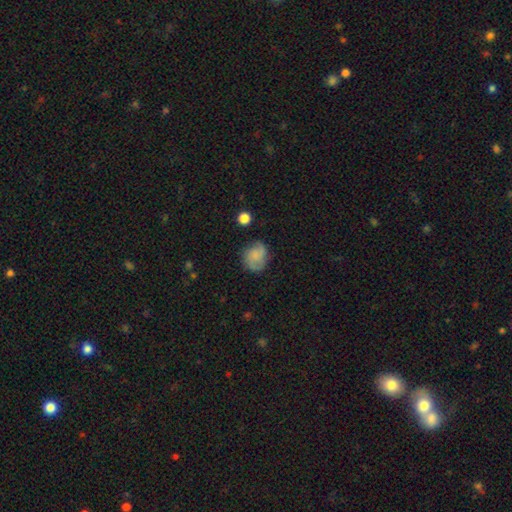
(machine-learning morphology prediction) A featured or disk galaxy (47%). Merging: none (69%).